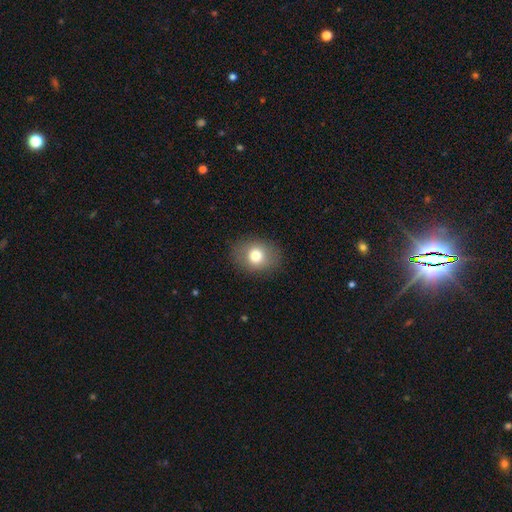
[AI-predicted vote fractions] Smooth or featured: smooth — 77% (featured or disk — 13%)
How rounded: in between — 52% (round — 47%)
Merging: none — 86% (minor disturbance — 9%)